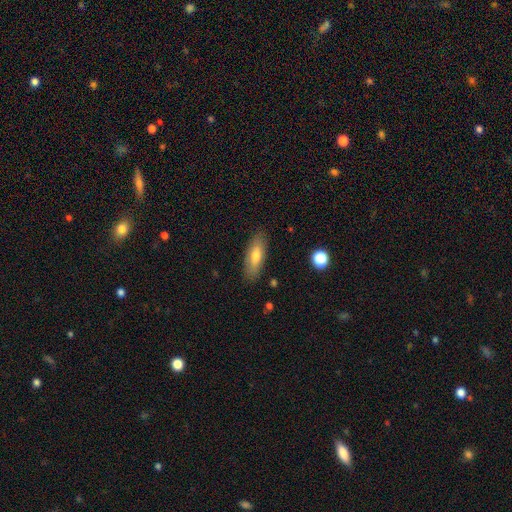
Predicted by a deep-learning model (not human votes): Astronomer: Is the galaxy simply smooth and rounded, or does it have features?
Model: smooth — 68%.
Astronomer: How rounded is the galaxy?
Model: in between — 66%.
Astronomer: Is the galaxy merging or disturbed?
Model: none — 86%.